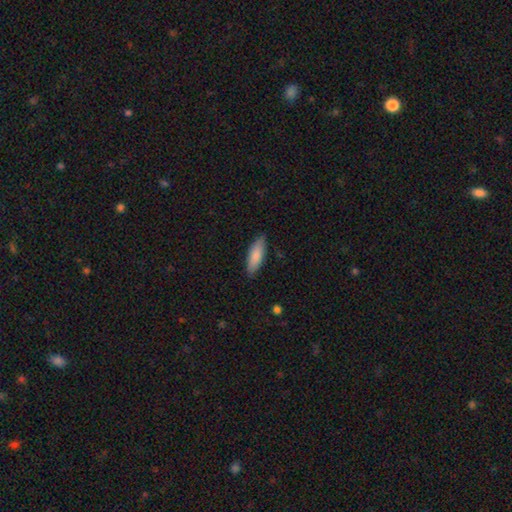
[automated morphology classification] This is clearly a smooth galaxy (83%). How rounded: possibly in between (56%). Merging: clearly none (85%).